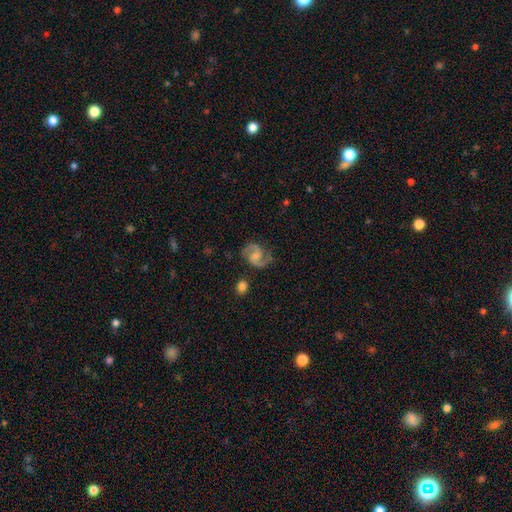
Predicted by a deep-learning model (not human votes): smooth_or_featured: featured or disk (p=0.86) [alt: smooth p=0.09]
disk_edge_on: no (p=0.98) [alt: yes p=0.02]
bar: weak (p=0.46) [alt: no p=0.44]
has_spiral_arms: yes (p=0.97) [alt: no p=0.03]
spiral_winding: medium (p=0.59) [alt: loose p=0.24]
spiral_arm_count: 2 (p=0.93) [alt: can't tell p=0.02]
bulge_size: small (p=0.36) [tied with: moderate p=0.36]
merging: none (p=0.78) [alt: minor disturbance p=0.15]